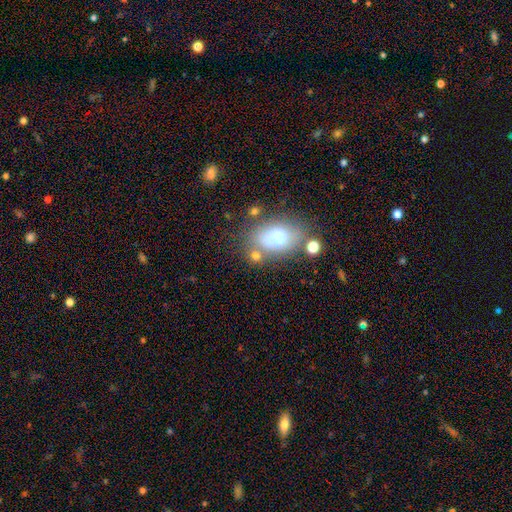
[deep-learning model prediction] smooth-or-featured: smooth: 60% | featured or disk: 25% | star or artifact: 15%
  how-rounded: in between: 75% | round: 22% | cigar-shaped: 2%
  merging: none: 46% | minor disturbance: 21% | merger: 20% | major disturbance: 14%